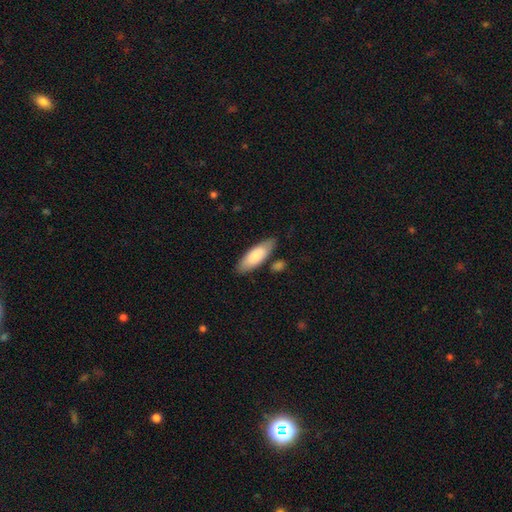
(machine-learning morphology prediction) This is likely a smooth galaxy (79%). How rounded: likely in between (65%). Merging: likely none (78%).